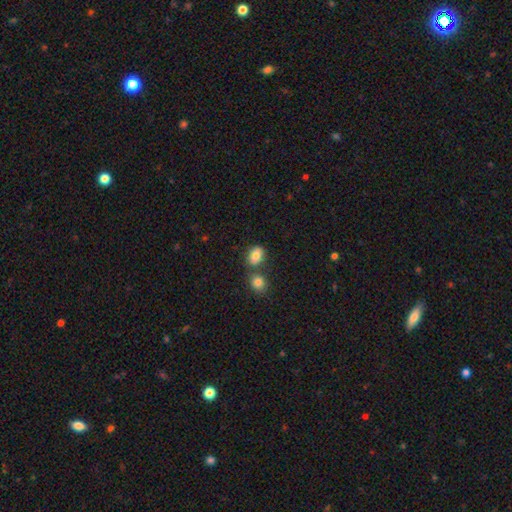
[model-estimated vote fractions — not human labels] Smooth or featured? smooth (85%)
How rounded? in between (78%)
Merging? none (57%)